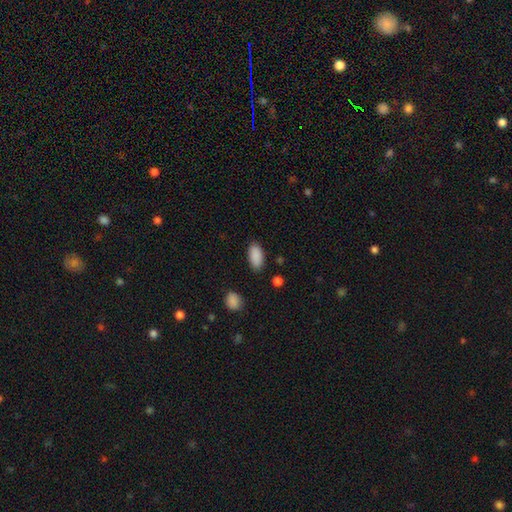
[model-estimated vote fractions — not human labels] smooth 89%, star or artifact 7%, featured or disk 3%. Down the decision tree: how rounded — in between (91%); merging — none (86%).